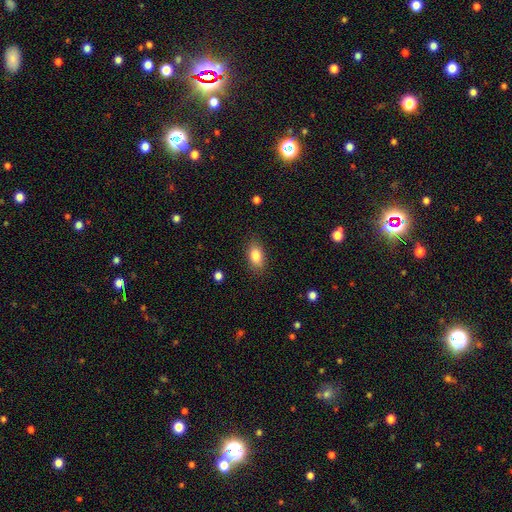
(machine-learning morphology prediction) Smooth or featured: smooth — 84% (star or artifact — 8%)
How rounded: in between — 87% (round — 9%)
Merging: none — 85% (minor disturbance — 11%)